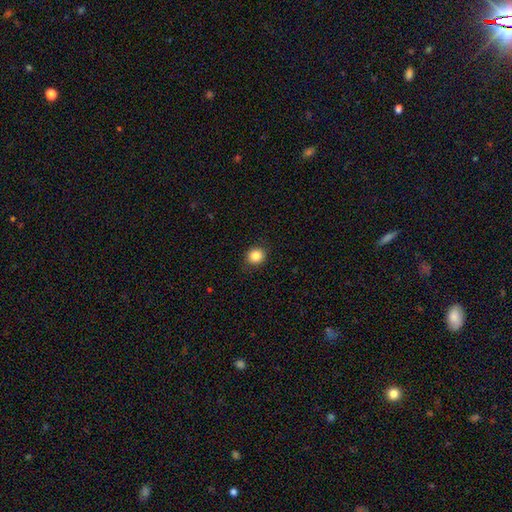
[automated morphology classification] type=smooth (85%); roundness=round (86%); merging=none (88%).